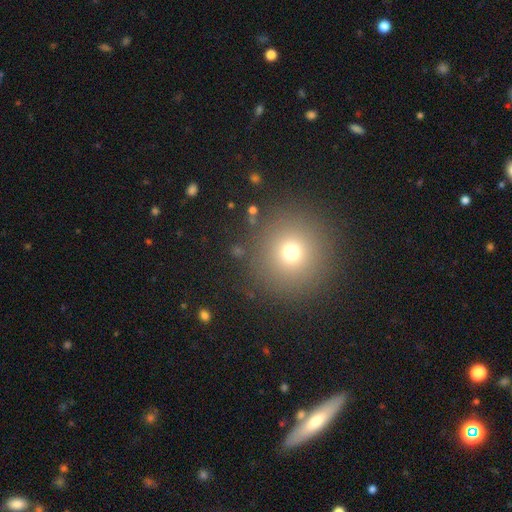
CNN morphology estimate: This is possibly a smooth galaxy (58%). How rounded: clearly round (94%). Merging: clearly none (90%).